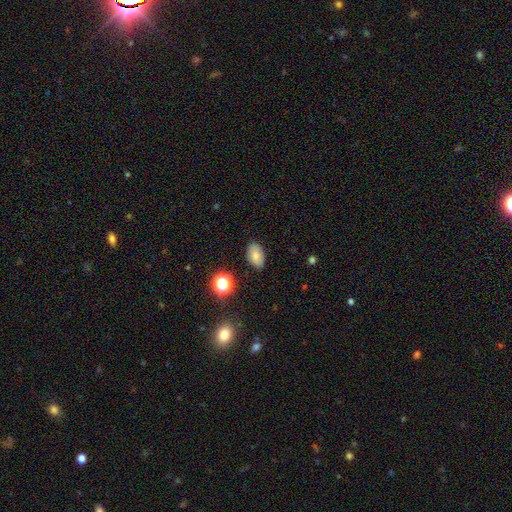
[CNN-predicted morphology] Q: Smooth or featured?
A: smooth (78%); runner-up: star or artifact (11%)
Q: How rounded?
A: in between (90%); runner-up: round (9%)
Q: Merging?
A: none (83%); runner-up: minor disturbance (13%)